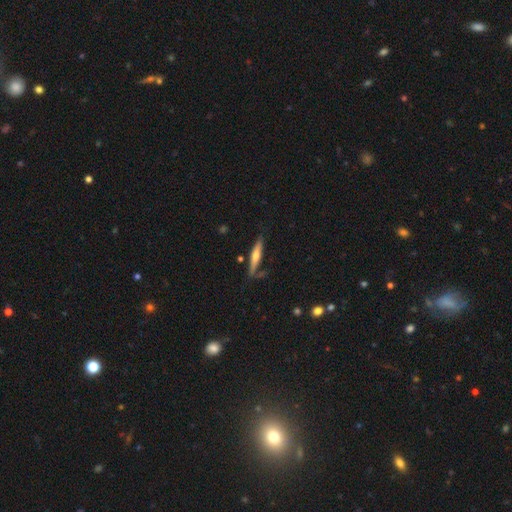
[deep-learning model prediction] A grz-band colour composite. It shows a featured or disk galaxy (47%, tied with smooth). Merging: none (74%).